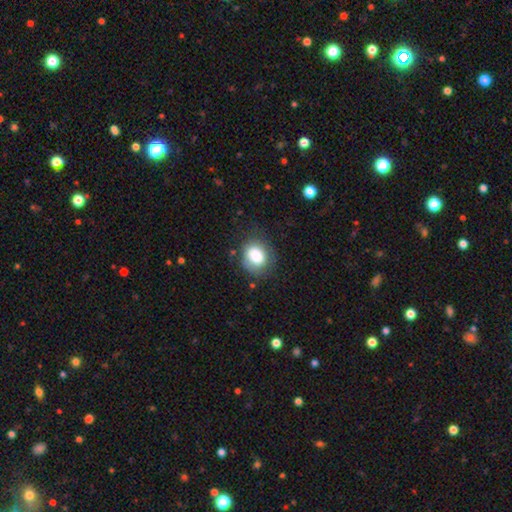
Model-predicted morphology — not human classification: smooth 80%, featured or disk 12%, star or artifact 8%. Down the decision tree: how rounded — round (59%); merging — none (69%).